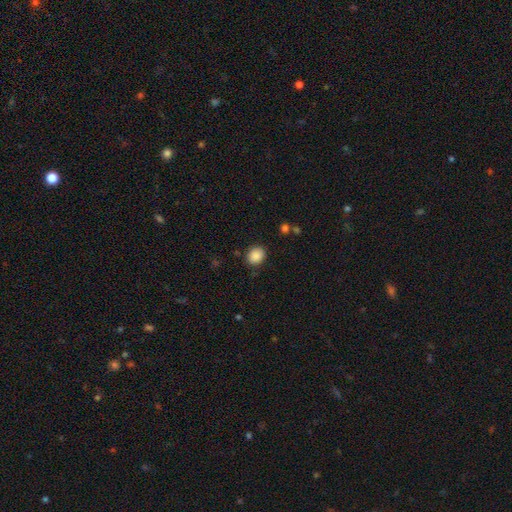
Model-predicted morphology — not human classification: Q: Smooth or featured?
A: smooth (87%); runner-up: star or artifact (9%)
Q: How rounded?
A: round (64%); runner-up: in between (35%)
Q: Merging?
A: none (85%); runner-up: minor disturbance (10%)